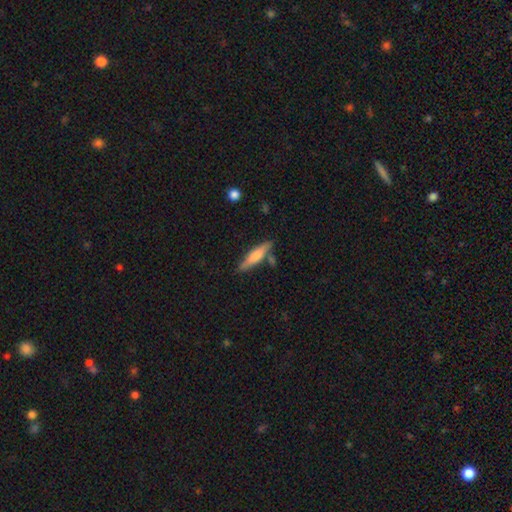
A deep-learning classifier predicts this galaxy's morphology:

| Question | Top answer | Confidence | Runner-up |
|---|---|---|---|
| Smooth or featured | smooth | 61% | featured or disk (34%) |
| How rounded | cigar-shaped | 80% | in between (18%) |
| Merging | none | 77% | minor disturbance (13%) |